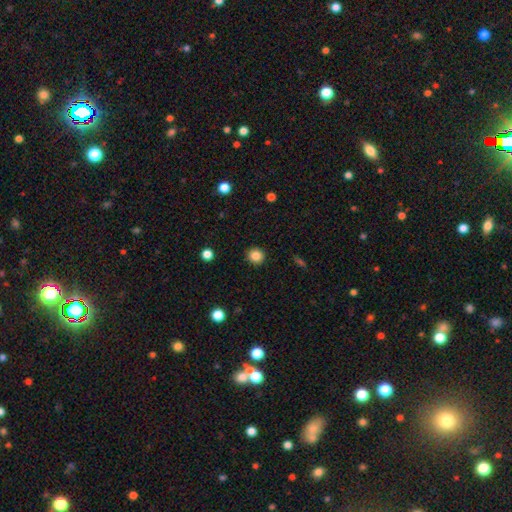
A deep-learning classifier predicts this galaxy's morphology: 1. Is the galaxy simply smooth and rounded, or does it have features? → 85% smooth, 11% star or artifact, 5% featured or disk.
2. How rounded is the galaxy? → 92% round, 7% in between, 1% cigar-shaped.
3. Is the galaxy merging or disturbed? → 92% none, 5% minor disturbance, 2% major disturbance, 1% merger.